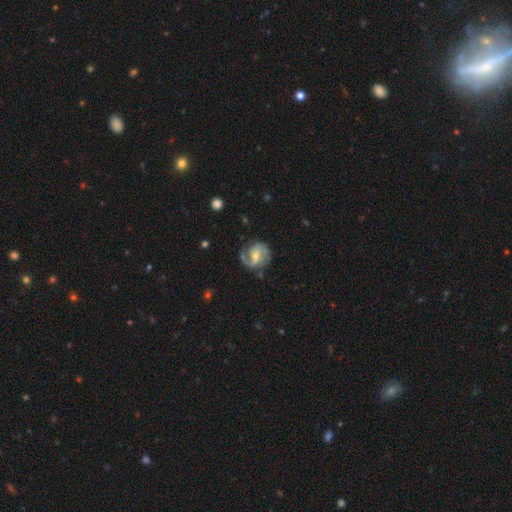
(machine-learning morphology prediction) smooth_or_featured: featured or disk (p=0.84) [alt: smooth p=0.10]
disk_edge_on: no (p=0.98) [alt: yes p=0.02]
bar: weak (p=0.46) [alt: no p=0.39]
has_spiral_arms: yes (p=0.96) [alt: no p=0.04]
spiral_winding: medium (p=0.50) [alt: loose p=0.29]
spiral_arm_count: 2 (p=0.76) [alt: 1 p=0.13]
bulge_size: small (p=0.50) [alt: moderate p=0.45]
merging: none (p=0.70) [alt: minor disturbance p=0.19]